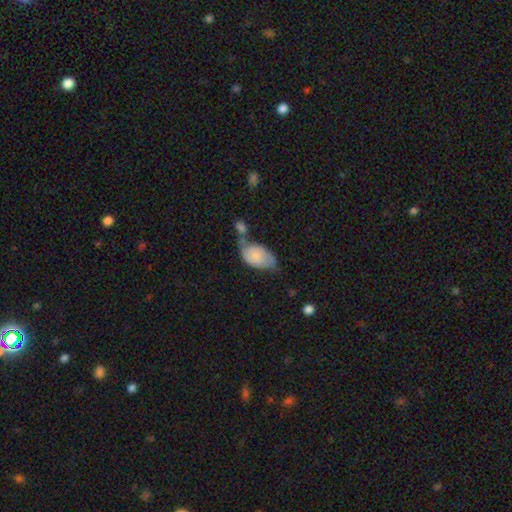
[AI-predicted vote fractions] The model was most divided on "merging": merger: 34%, none: 26%, minor disturbance: 25%, major disturbance: 15%. More confident: how rounded — in between (90%); smooth or featured — smooth (69%).